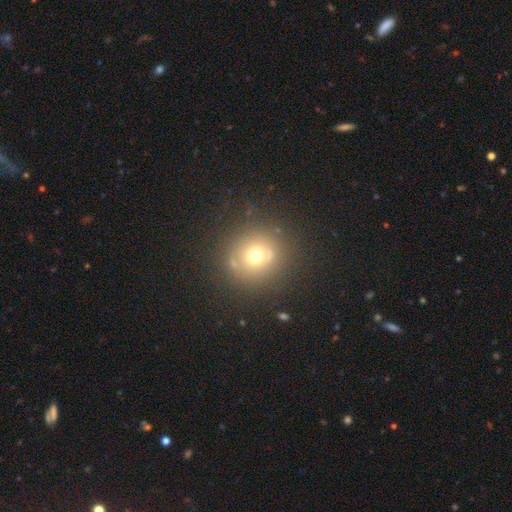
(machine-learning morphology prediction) smooth 63%, featured or disk 20%, star or artifact 17%. Down the decision tree: how rounded — round (91%); merging — none (80%).